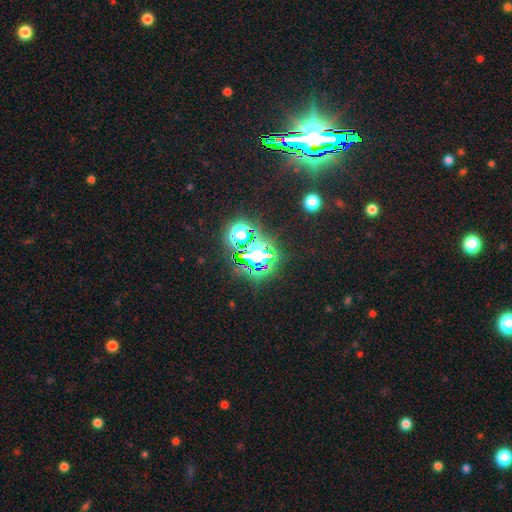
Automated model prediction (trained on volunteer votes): This is likely a star or artifact rather than a galaxy (72%).